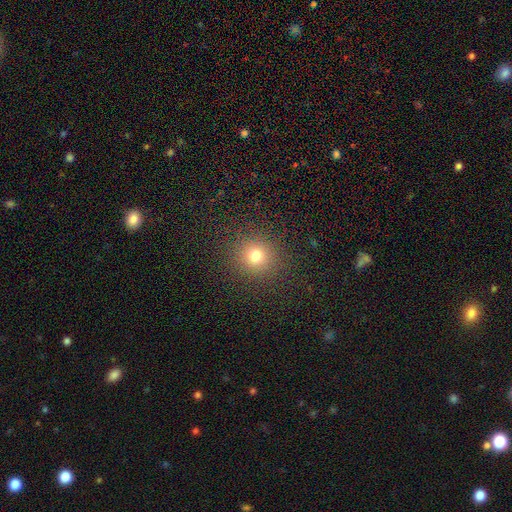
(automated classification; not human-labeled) smooth-or-featured: smooth: 76% | star or artifact: 17% | featured or disk: 7%
  how-rounded: round: 91% | in between: 8% | cigar-shaped: 1%
  merging: none: 90% | minor disturbance: 6% | major disturbance: 3% | merger: 1%